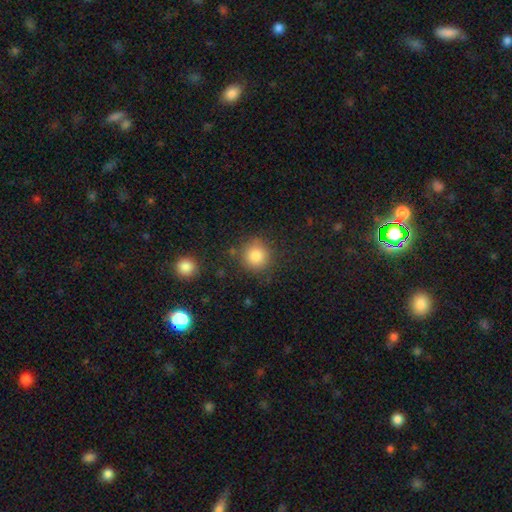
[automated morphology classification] Smooth or featured? smooth (84%)
How rounded? round (91%)
Merging? none (83%)